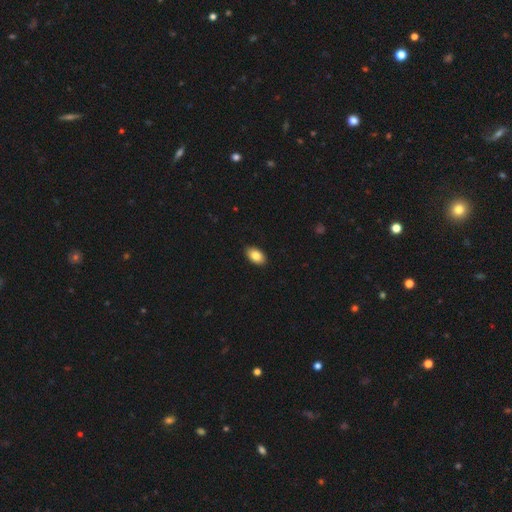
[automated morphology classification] The model was most divided on "smooth or featured": smooth: 85%, featured or disk: 8%, star or artifact: 7%. More confident: how rounded — in between (92%); merging — none (89%).